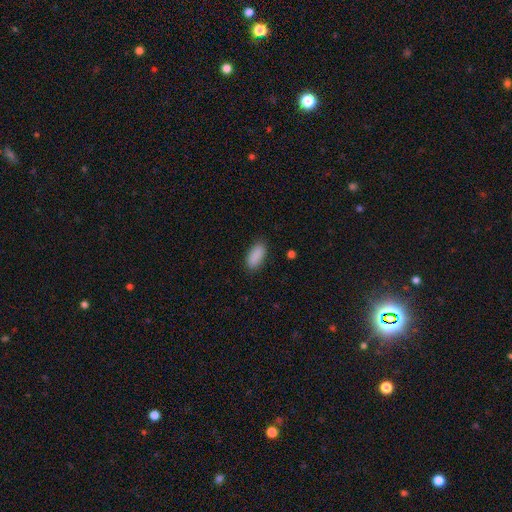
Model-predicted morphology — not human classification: Q: Smooth or featured?
A: smooth (90%); runner-up: star or artifact (7%)
Q: How rounded?
A: in between (89%); runner-up: cigar-shaped (9%)
Q: Merging?
A: none (87%); runner-up: minor disturbance (10%)